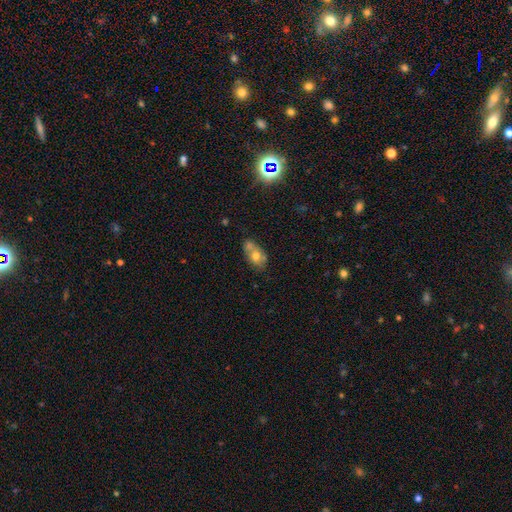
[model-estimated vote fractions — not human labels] The model was most divided on "merging": none: 39%, merger: 35%, minor disturbance: 19%, major disturbance: 7%. More confident: how rounded — in between (80%); smooth or featured — smooth (62%).